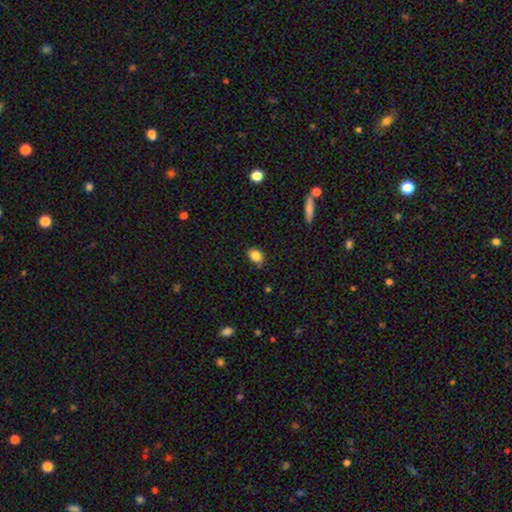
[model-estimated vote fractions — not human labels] A smooth galaxy with no disk features (84%) that is in between round and cigar-shaped (69%). Merging: none (74%).